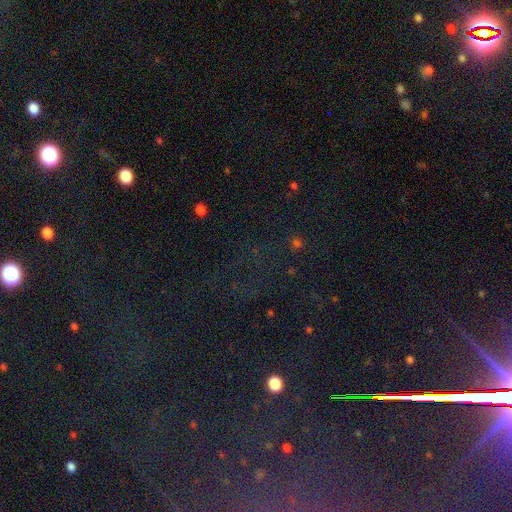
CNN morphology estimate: This is likely a star or artifact rather than a galaxy (78%).